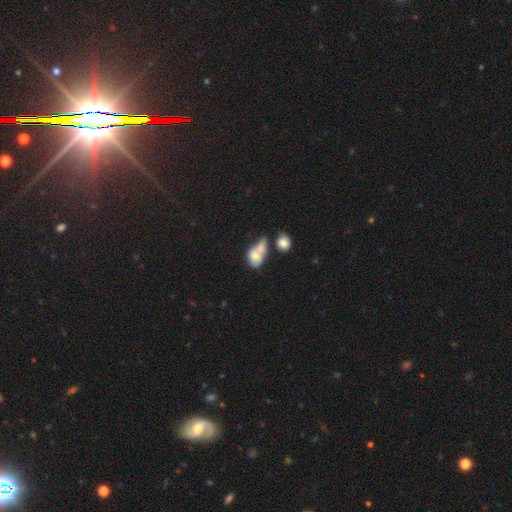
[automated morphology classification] A smooth galaxy with no disk features (67%) that is in between round and cigar-shaped (75%). Merging: merger (62%).